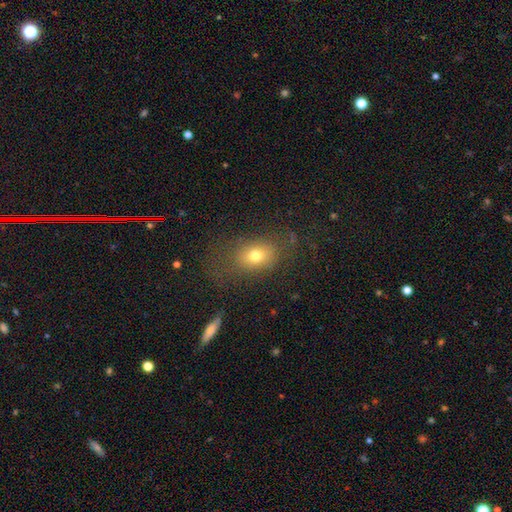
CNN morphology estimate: Smooth or featured?
  - smooth: 71% *
  - featured or disk: 16%
  - star or artifact: 13%
How rounded?
  - in between: 70% *
  - round: 27%
  - cigar-shaped: 2%
Merging?
  - none: 66% *
  - minor disturbance: 17%
  - major disturbance: 15%
  - merger: 2%